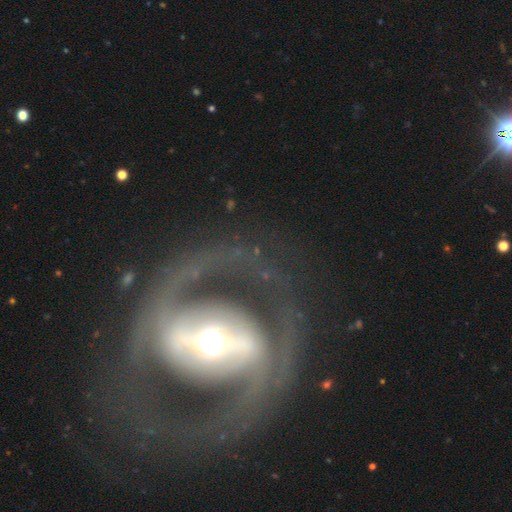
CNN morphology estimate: smooth-or-featured: featured or disk: 86% | smooth: 9% | star or artifact: 5%
  disk-edge-on: no: 94% | yes: 6%
    bar: strong: 61% | weak: 23% | no: 16%
    has-spiral-arms: yes: 78% | no: 22%
      spiral-winding: medium: 45% | tight: 36% | loose: 19%
      spiral-arm-count: 2: 84% | can't tell: 7% | 1: 3% | 3: 2% | 4: 1% | more than 4: 1%
    bulge-size: moderate: 54% | large: 28% | small: 12% | dominant: 5% | none: 1%
  merging: none: 73% | major disturbance: 14% | minor disturbance: 11% | merger: 2%